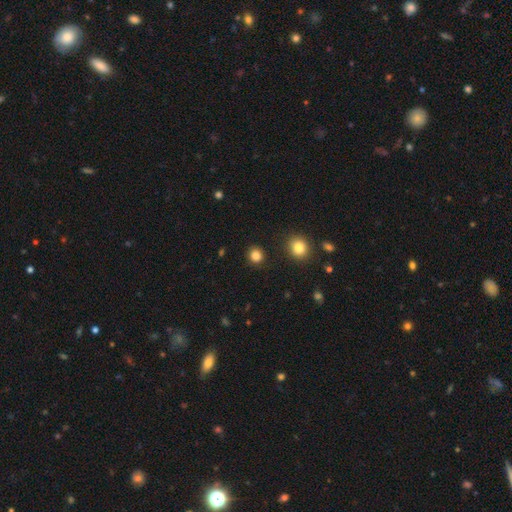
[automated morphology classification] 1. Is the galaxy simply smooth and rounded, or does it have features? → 84% smooth, 12% star or artifact, 3% featured or disk.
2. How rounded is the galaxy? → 86% round, 13% in between, 1% cigar-shaped.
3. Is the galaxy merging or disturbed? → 90% none, 6% minor disturbance, 2% major disturbance, 2% merger.